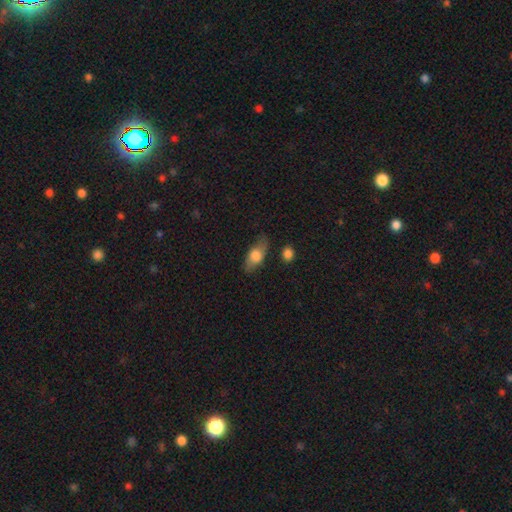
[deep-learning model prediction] Overall: smooth (68%). How rounded: in between (79%). Merging: none (73%).